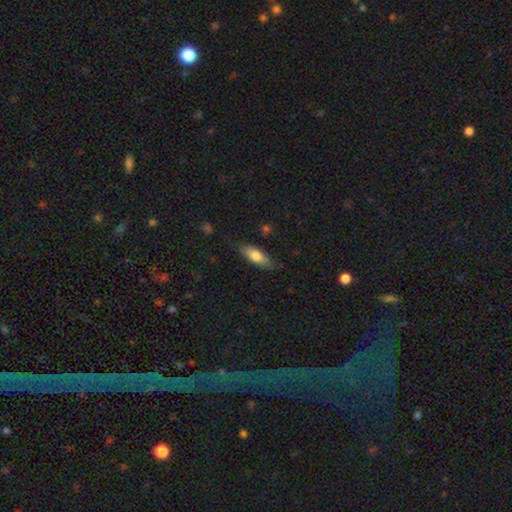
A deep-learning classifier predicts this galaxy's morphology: Smooth or featured: smooth — 74% (featured or disk — 20%)
How rounded: in between — 69% (cigar-shaped — 29%)
Merging: none — 80% (minor disturbance — 16%)